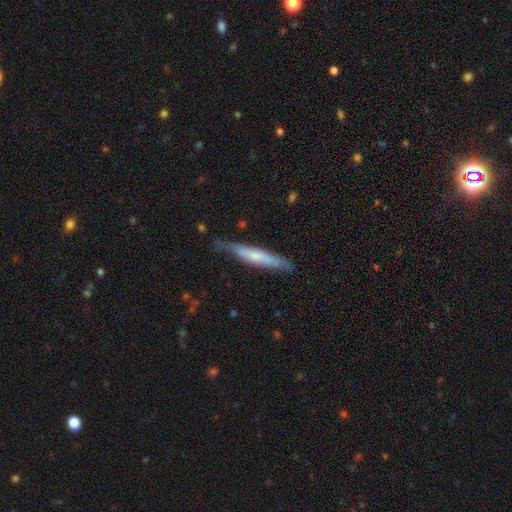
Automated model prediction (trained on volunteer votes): Q: Smooth or featured?
A: smooth (52%); runner-up: featured or disk (42%)
Q: How rounded?
A: cigar-shaped (93%); runner-up: in between (6%)
Q: Merging?
A: none (74%); runner-up: minor disturbance (21%)